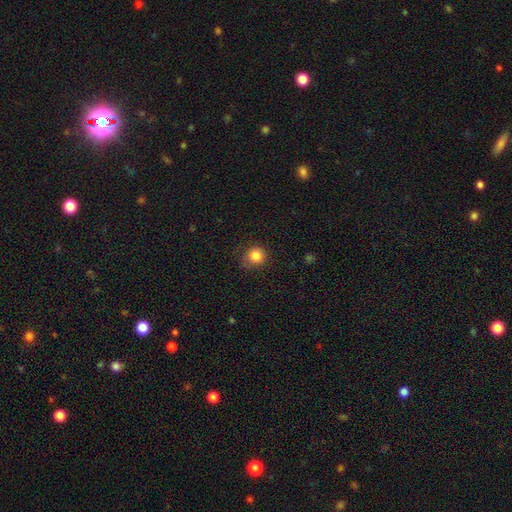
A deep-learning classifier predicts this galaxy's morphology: smooth-or-featured: smooth: 84% | star or artifact: 11% | featured or disk: 5%
  how-rounded: round: 87% | in between: 12% | cigar-shaped: 1%
  merging: none: 74% | minor disturbance: 19% | major disturbance: 6% | merger: 1%